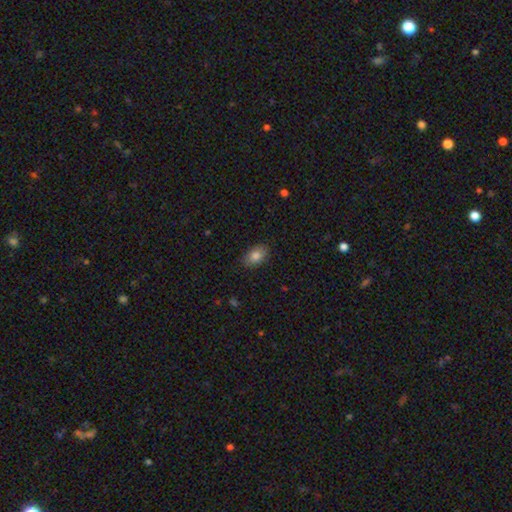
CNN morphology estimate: Smooth or featured? Predicted: smooth (p=0.83). How rounded? Predicted: in between (p=0.88). Merging? Predicted: none (p=0.85).